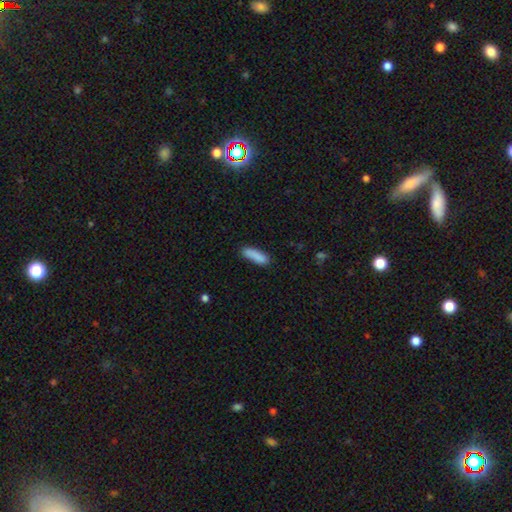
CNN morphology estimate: This appears to be a smooth galaxy with no disk features (87%) that is cigar-shaped (60%). Merging: none (77%).